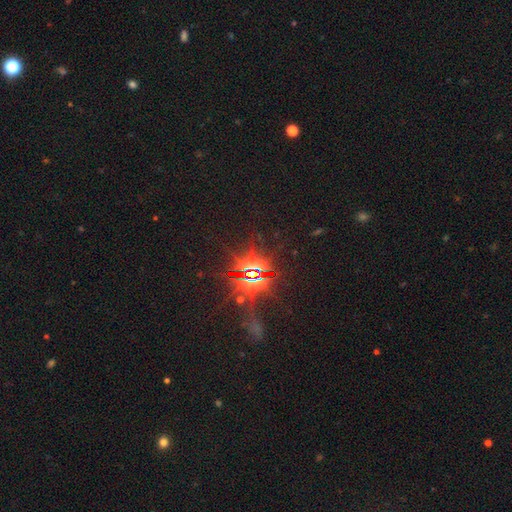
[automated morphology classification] type=star or artifact (84%).